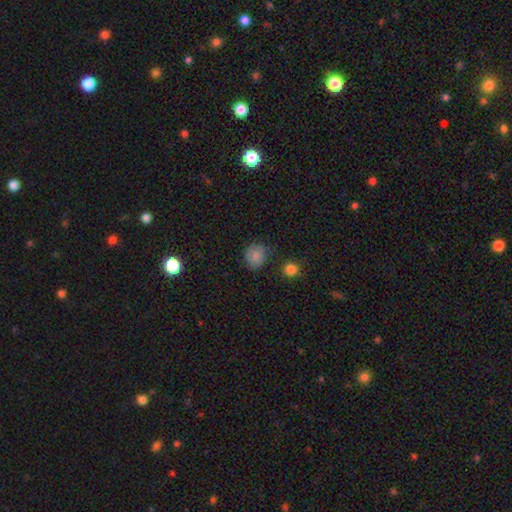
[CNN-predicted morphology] Q: Smooth or featured?
A: smooth (82%); runner-up: star or artifact (11%)
Q: How rounded?
A: round (80%); runner-up: in between (19%)
Q: Merging?
A: none (74%); runner-up: minor disturbance (18%)